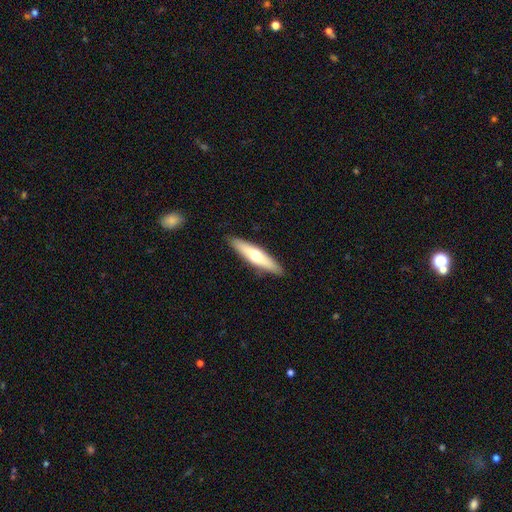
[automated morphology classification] Q: Smooth or featured?
A: smooth (54%); runner-up: featured or disk (41%)
Q: How rounded?
A: cigar-shaped (80%); runner-up: in between (19%)
Q: Merging?
A: none (90%); runner-up: minor disturbance (8%)